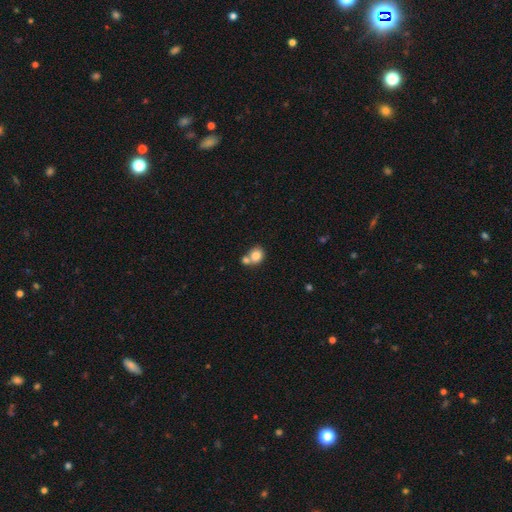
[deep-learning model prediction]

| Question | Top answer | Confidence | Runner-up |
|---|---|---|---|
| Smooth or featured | smooth | 80% | featured or disk (11%) |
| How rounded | round | 69% | in between (30%) |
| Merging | merger | 50% | none (39%) |